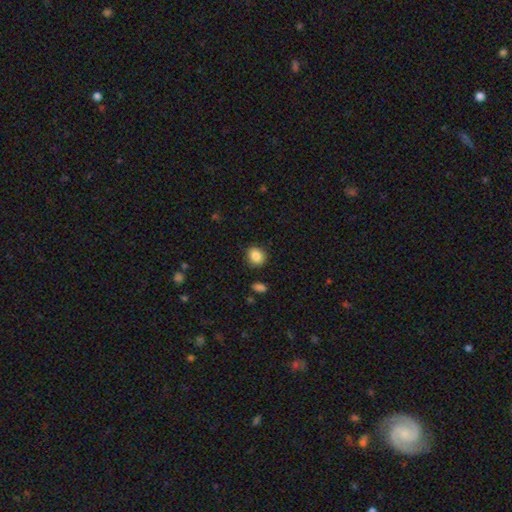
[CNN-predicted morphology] A smooth galaxy with no disk features (86%) that is round (70%).

Vote fractions:
- Smooth or featured? smooth: 86% / star or artifact: 9% / featured or disk: 5%
- How rounded? round: 70% / in between: 29% / cigar-shaped: 1%
- Merging? none: 84% / minor disturbance: 12% / major disturbance: 3% / merger: 2%